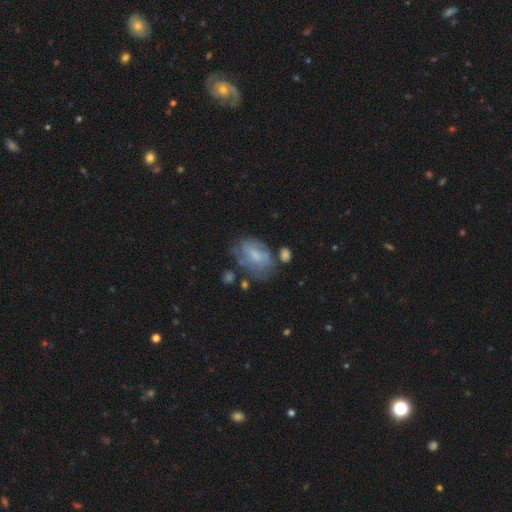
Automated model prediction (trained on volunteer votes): A smooth galaxy with no disk features (47%).

Vote fractions:
- Smooth or featured? smooth: 47% / featured or disk: 44% / star or artifact: 9%
- Merging? none: 46% / minor disturbance: 27% / major disturbance: 17% / merger: 10%